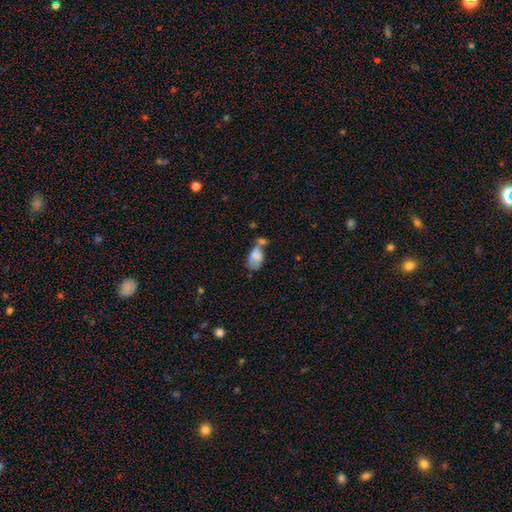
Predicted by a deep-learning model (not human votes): smooth_or_featured: smooth (p=0.73) [alt: featured or disk p=0.18]
how_rounded: in between (p=0.89) [alt: round p=0.10]
merging: merger (p=0.40) [alt: none p=0.23]